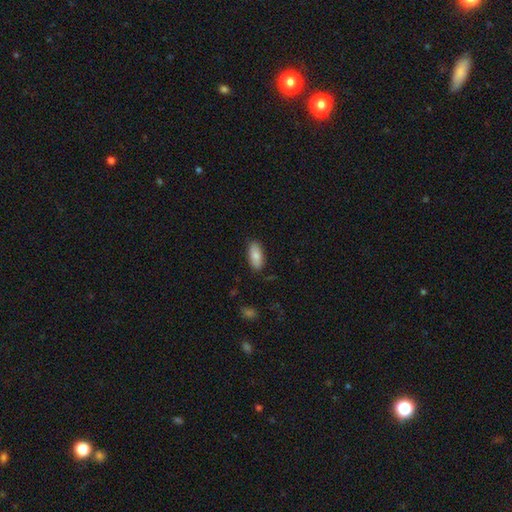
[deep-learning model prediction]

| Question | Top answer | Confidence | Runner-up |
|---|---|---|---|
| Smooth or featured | smooth | 81% | featured or disk (13%) |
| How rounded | in between | 87% | cigar-shaped (11%) |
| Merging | none | 86% | minor disturbance (11%) |